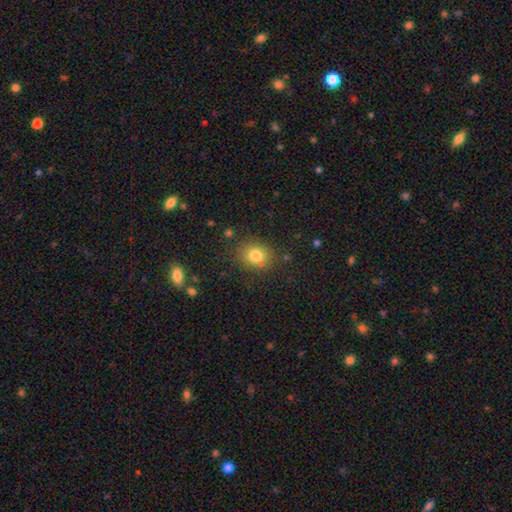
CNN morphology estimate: Smooth or featured? smooth (80%)
How rounded? round (66%)
Merging? none (80%)